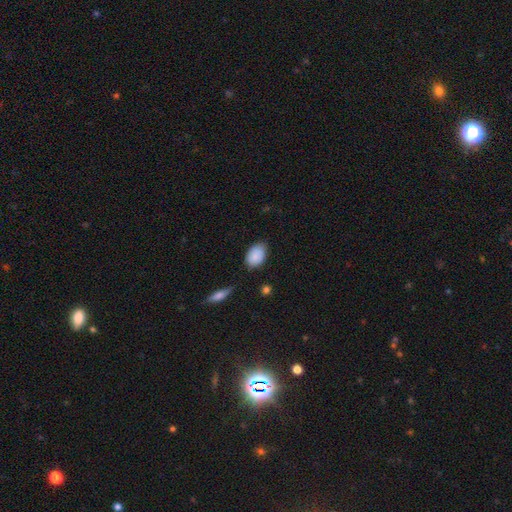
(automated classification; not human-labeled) Smooth or featured?
  - smooth: 88% *
  - star or artifact: 7%
  - featured or disk: 6%
How rounded?
  - in between: 86% *
  - round: 13%
  - cigar-shaped: 1%
Merging?
  - none: 75% *
  - minor disturbance: 19%
  - major disturbance: 3%
  - merger: 2%